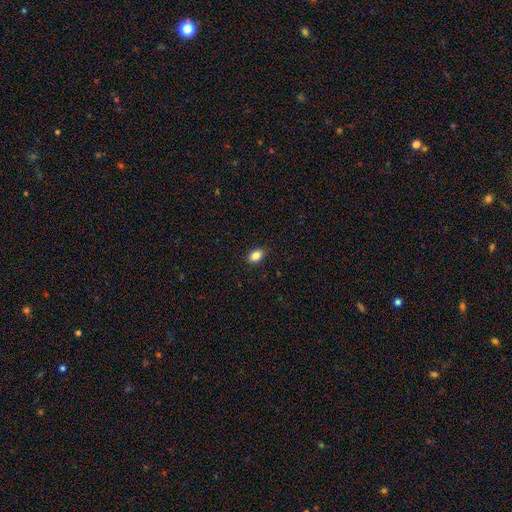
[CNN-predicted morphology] type=smooth (86%); roundness=in between (82%); merging=none (89%).